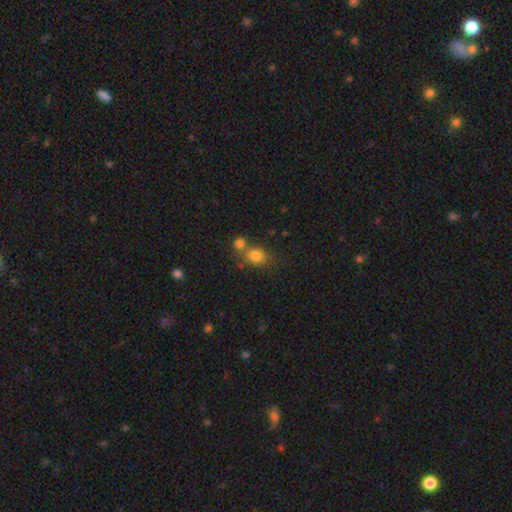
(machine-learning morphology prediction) type=smooth (79%); roundness=round (61%); merging=none (49%).